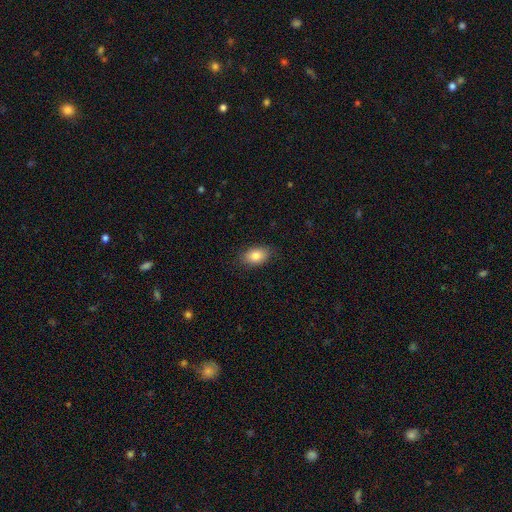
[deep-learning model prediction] Smooth or featured: smooth — 84% (featured or disk — 8%)
How rounded: in between — 88% (round — 10%)
Merging: none — 86% (minor disturbance — 11%)